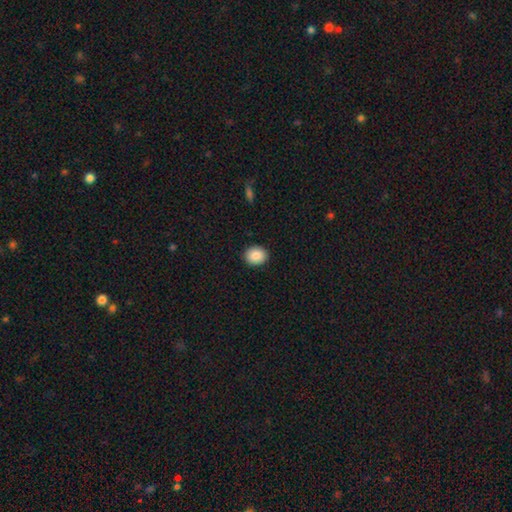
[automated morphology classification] smooth-or-featured: smooth: 88% | star or artifact: 8% | featured or disk: 4%
  how-rounded: round: 63% | in between: 36% | cigar-shaped: 1%
  merging: none: 91% | minor disturbance: 6% | major disturbance: 2% | merger: 1%